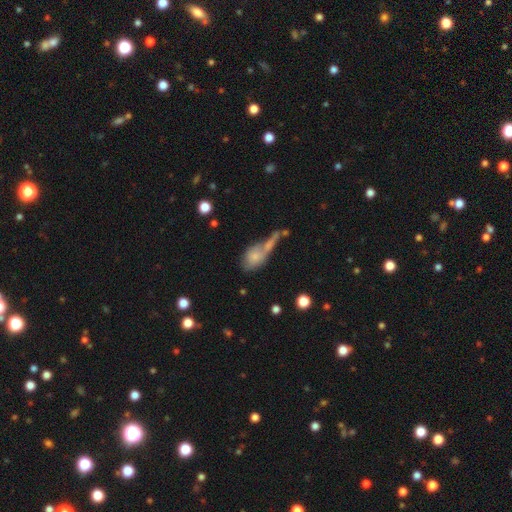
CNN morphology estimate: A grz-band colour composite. It shows a smooth galaxy with no disk features (69%) that is in between round and cigar-shaped (74%). Merging: merger (45%).